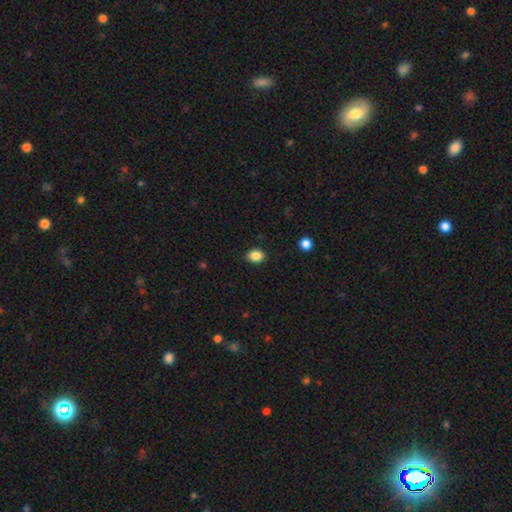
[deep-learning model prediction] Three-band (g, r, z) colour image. It shows a smooth galaxy with no disk features (87%) that is in between round and cigar-shaped (62%). Merging: none (89%).